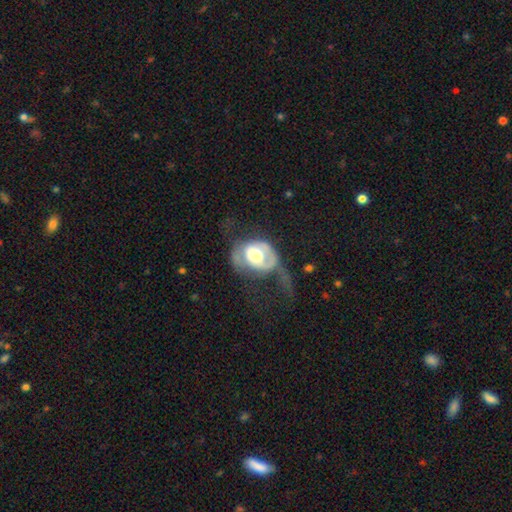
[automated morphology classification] Smooth or featured?
  - featured or disk: 61% *
  - smooth: 33%
  - star or artifact: 6%
Edge-on disk?
  - no: 96% *
  - yes: 4%
Bar?
  - no: 74% *
  - weak: 20%
  - strong: 6%
Spiral arms?
  - yes: 55% *
  - no: 45%
Bulge size?
  - moderate: 53% *
  - large: 33%
  - small: 7%
  - dominant: 5%
  - none: 1%
Merging?
  - major disturbance: 55% *
  - none: 21%
  - minor disturbance: 20%
  - merger: 4%